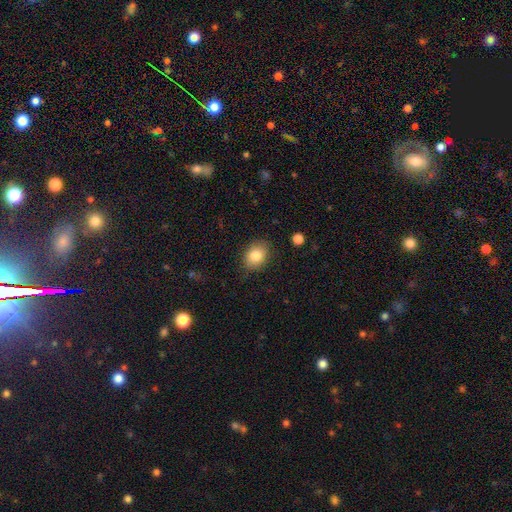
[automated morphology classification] smooth-or-featured: smooth: 82% | star or artifact: 9% | featured or disk: 9%
  how-rounded: in between: 55% | round: 44% | cigar-shaped: 1%
  merging: none: 85% | minor disturbance: 11% | major disturbance: 3% | merger: 1%